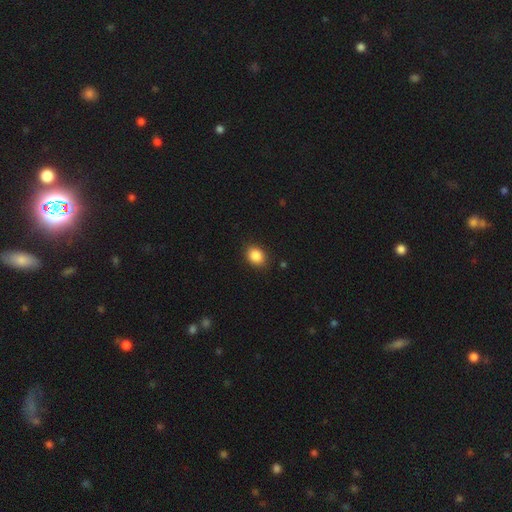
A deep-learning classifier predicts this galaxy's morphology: This appears to be a smooth galaxy with no disk features (87%) that is in between round and cigar-shaped (57%). Merging: none (87%).